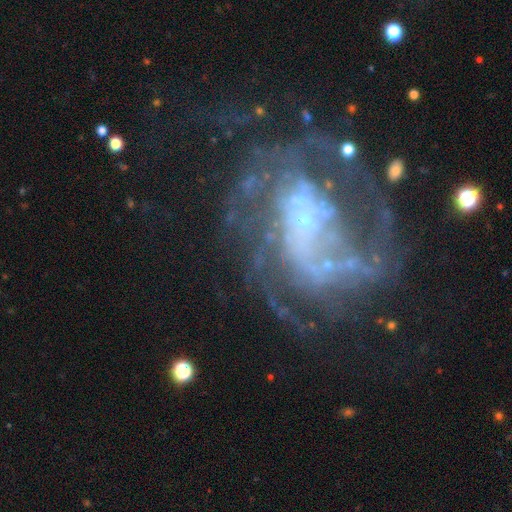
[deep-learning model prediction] A featured or disk galaxy (85%) with no bar (66%), medium (40%) spiral arms (89%) and a small central bulge (72%). Merging: none (53%).